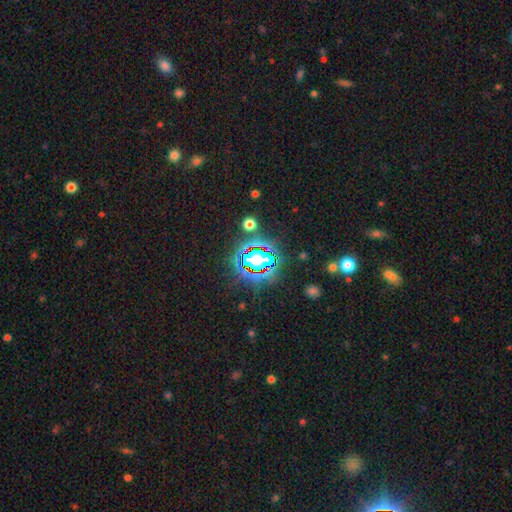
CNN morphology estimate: star or artifact 75%, smooth 16%, featured or disk 10%.